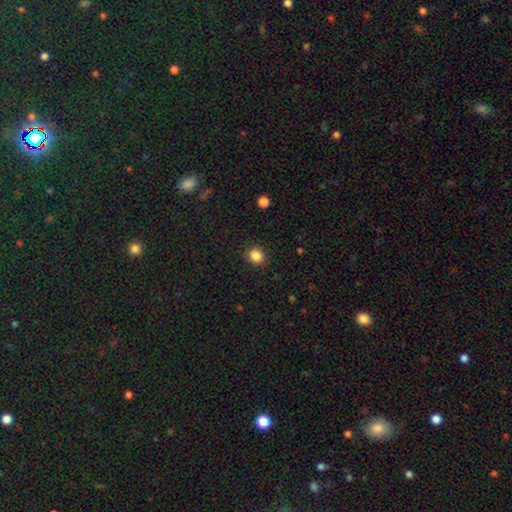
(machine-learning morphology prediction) Smooth or featured? smooth (86%)
How rounded? round (74%)
Merging? none (90%)